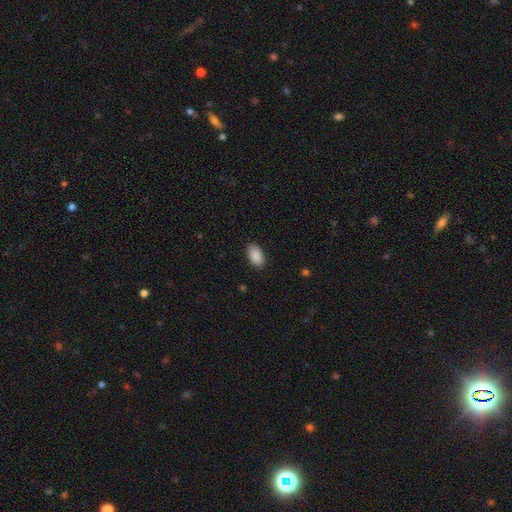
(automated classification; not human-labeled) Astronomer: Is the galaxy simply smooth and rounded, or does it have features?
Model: smooth — 90%.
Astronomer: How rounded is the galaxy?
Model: in between — 95%.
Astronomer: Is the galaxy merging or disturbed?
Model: none — 87%.